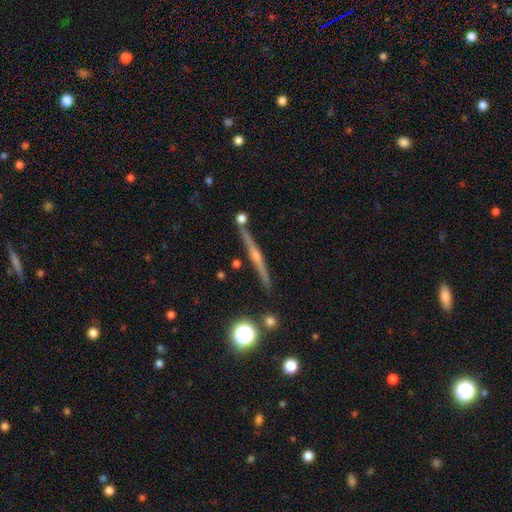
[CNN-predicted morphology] Smooth or featured? Predicted: featured or disk (p=0.77). Edge-on disk? Predicted: yes (p=0.98). Edge-on bulge? Predicted: rounded (p=0.77). Merging? Predicted: none (p=0.86).